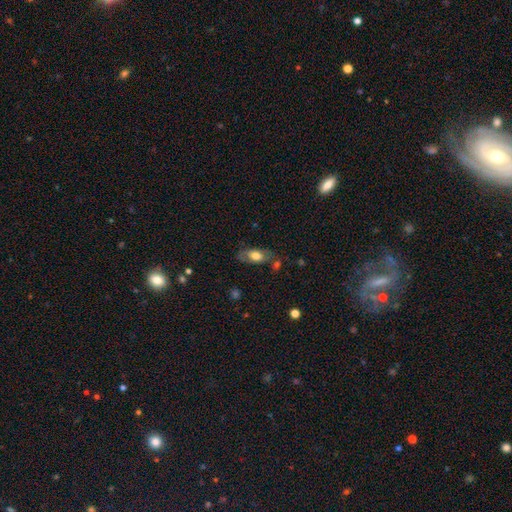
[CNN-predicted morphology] The model was most divided on "smooth or featured": smooth: 65%, featured or disk: 28%, star or artifact: 7%. More confident: how rounded — in between (87%); merging — none (63%).